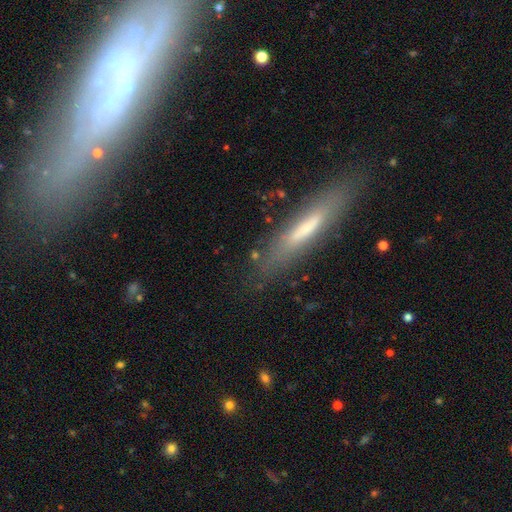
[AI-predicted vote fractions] A smooth galaxy with no disk features (53%) that is cigar-shaped (85%). Merging: none (76%).